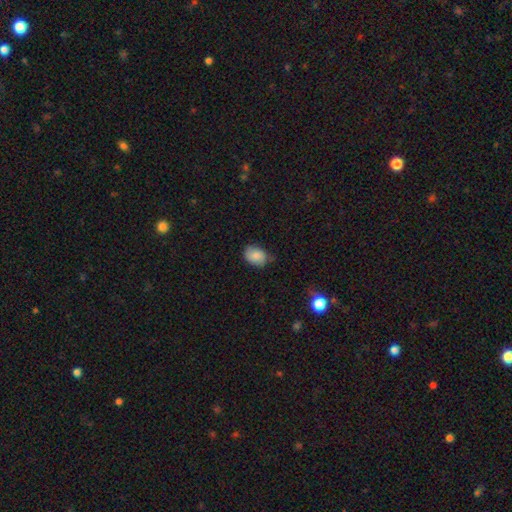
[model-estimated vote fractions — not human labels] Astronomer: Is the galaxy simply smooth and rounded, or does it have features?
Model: smooth — 81%.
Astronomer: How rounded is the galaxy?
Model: in between — 71%.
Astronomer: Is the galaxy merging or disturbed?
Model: none — 63%.